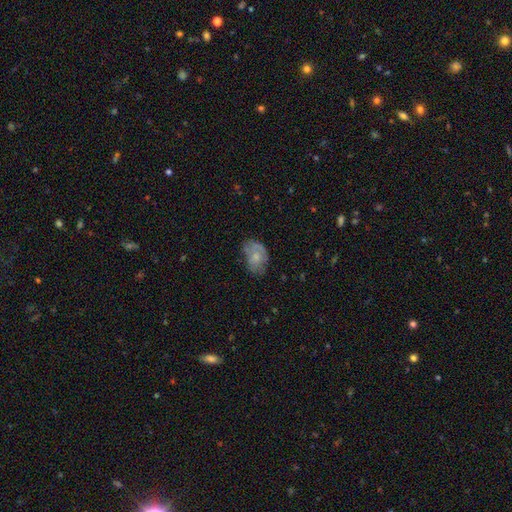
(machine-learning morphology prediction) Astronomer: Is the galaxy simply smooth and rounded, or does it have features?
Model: smooth — 56% (runner-up: featured or disk, 36%).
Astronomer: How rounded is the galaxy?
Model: in between — 81%.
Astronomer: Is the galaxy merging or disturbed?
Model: none — 49% (runner-up: minor disturbance, 32%).